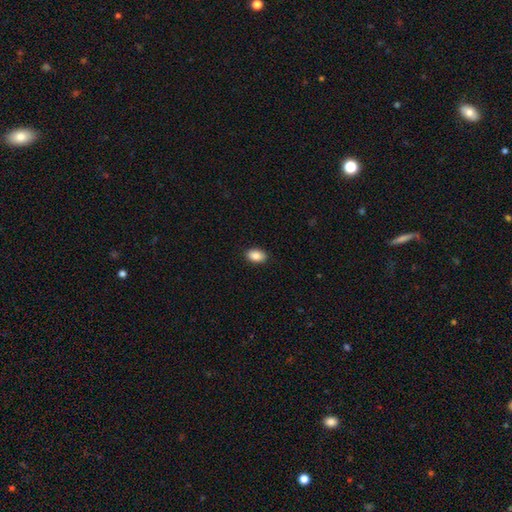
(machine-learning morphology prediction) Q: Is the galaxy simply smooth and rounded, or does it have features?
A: smooth — 88%.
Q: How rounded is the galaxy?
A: in between — 89%.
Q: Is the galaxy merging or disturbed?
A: none — 89%.